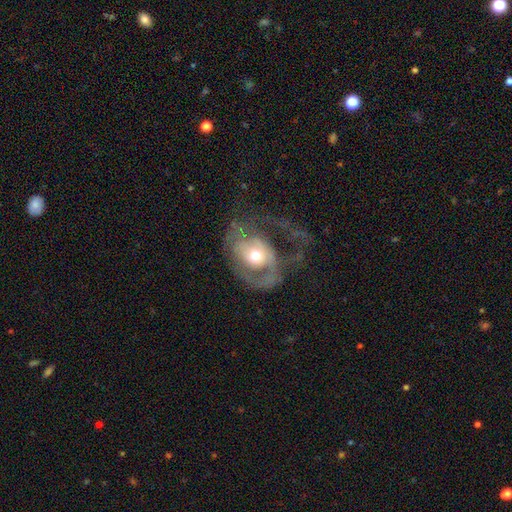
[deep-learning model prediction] featured or disk 58%, smooth 35%, star or artifact 7%. Down the decision tree: edge-on disk — no (95%); bar — no (79%); spiral arms — yes (52%); bulge size — moderate (67%); merging — major disturbance (58%).